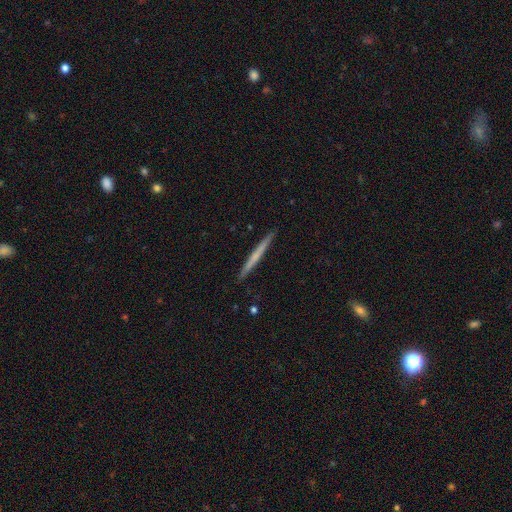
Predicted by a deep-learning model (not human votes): Smooth or featured? Predicted: smooth (p=0.48). Merging? Predicted: none (p=0.92).